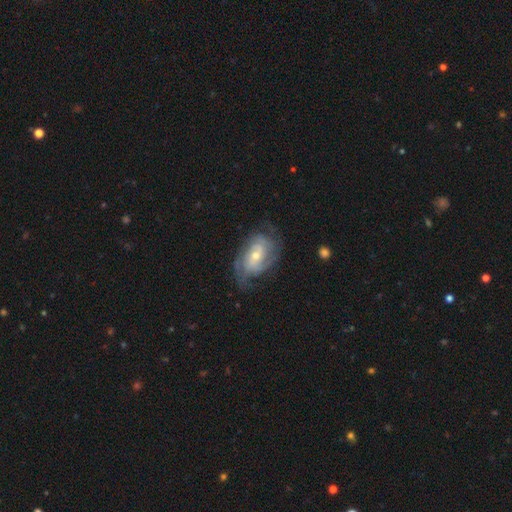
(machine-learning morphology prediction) The model was most divided on "bulge size": small: 49%, moderate: 47%, large: 3%, none: 1%, dominant: 1%. Remaining: edge-on disk — no (96%); spiral arms — yes (92%); smooth or featured — featured or disk (81%); merging — none (63%); bar — no (52%); spiral winding — tight (49%); spiral arm count — 2 (33%).